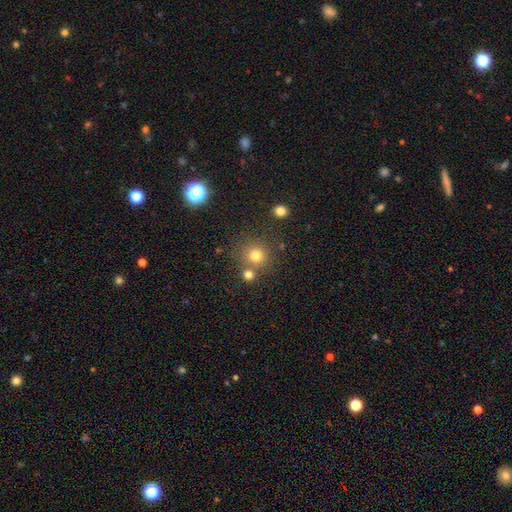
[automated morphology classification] smooth-or-featured: smooth: 76% | star or artifact: 15% | featured or disk: 8%
  how-rounded: round: 91% | in between: 8% | cigar-shaped: 1%
  merging: none: 71% | merger: 17% | minor disturbance: 9% | major disturbance: 3%